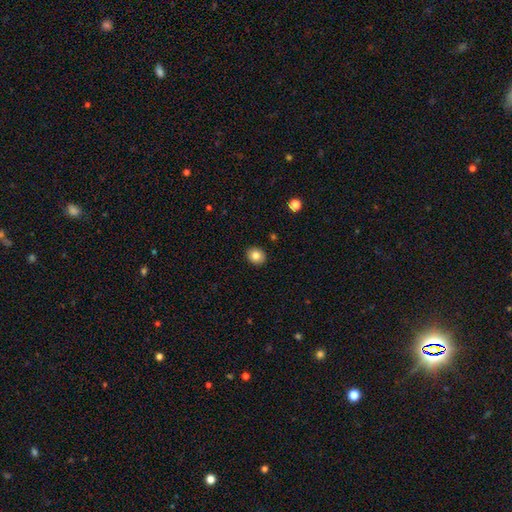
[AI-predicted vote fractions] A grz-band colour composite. It shows a smooth galaxy with no disk features (81%) that is round (64%). Merging: none (90%).